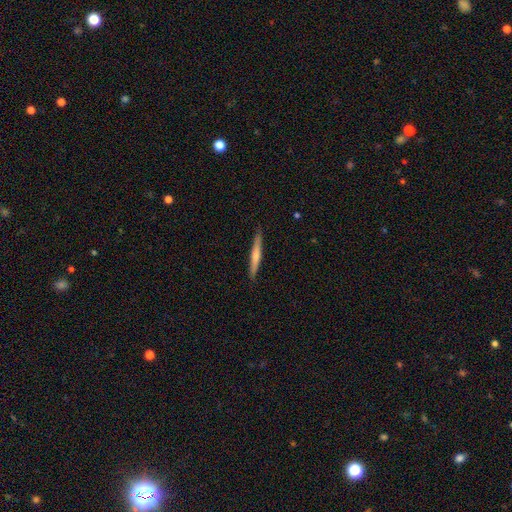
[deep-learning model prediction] smooth 50%, featured or disk 45%, star or artifact 5%. Down the decision tree: how rounded — cigar-shaped (95%); merging — none (89%).